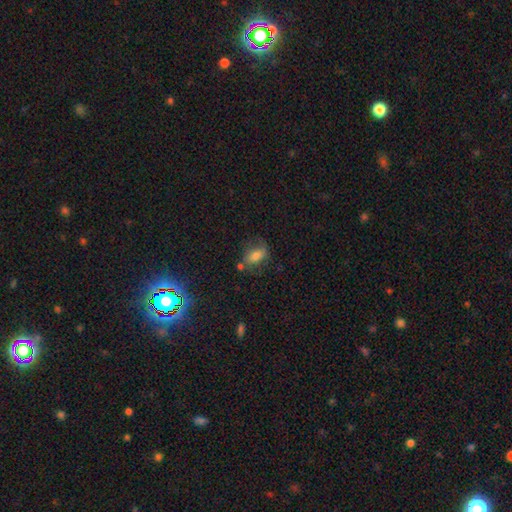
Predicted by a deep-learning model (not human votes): A smooth galaxy with no disk features (65%) that is in between round and cigar-shaped (83%).

Vote fractions:
- Smooth or featured? smooth: 65% / featured or disk: 24% / star or artifact: 11%
- How rounded? in between: 83% / round: 11% / cigar-shaped: 6%
- Merging? none: 51% / minor disturbance: 24% / major disturbance: 14% / merger: 10%